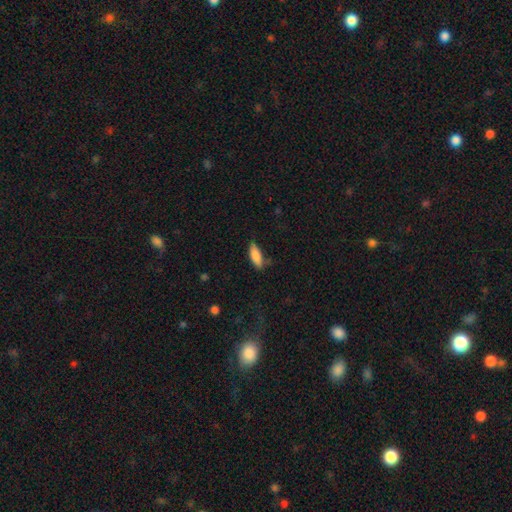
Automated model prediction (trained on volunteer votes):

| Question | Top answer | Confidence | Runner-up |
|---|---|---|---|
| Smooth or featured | smooth | 86% | featured or disk (8%) |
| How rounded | in between | 71% | cigar-shaped (27%) |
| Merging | none | 68% | minor disturbance (24%) |